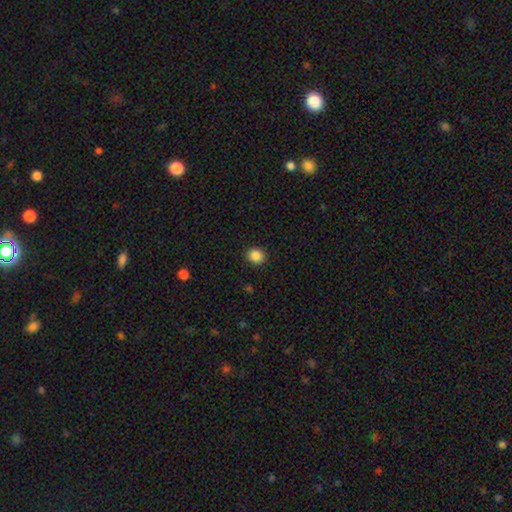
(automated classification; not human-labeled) Smooth or featured: smooth — 87% (star or artifact — 10%)
How rounded: round — 75% (in between — 24%)
Merging: none — 91% (minor disturbance — 6%)